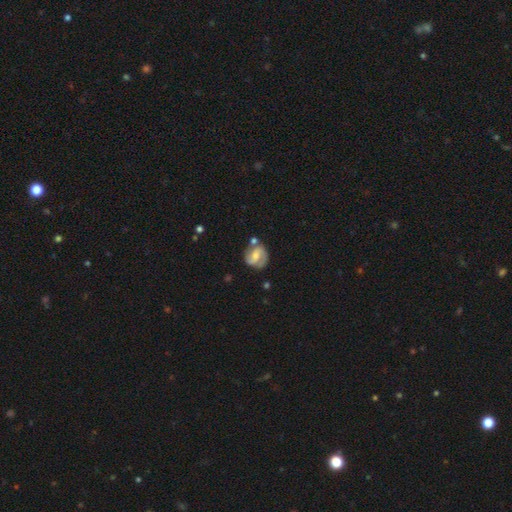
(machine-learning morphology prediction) Smooth or featured?
  - featured or disk: 67% *
  - smooth: 27%
  - star or artifact: 6%
Edge-on disk?
  - no: 97% *
  - yes: 3%
Bar?
  - weak: 49% *
  - no: 31%
  - strong: 20%
Spiral arms?
  - yes: 89% *
  - no: 11%
Spiral winding?
  - medium: 49% *
  - tight: 30%
  - loose: 21%
Spiral arm count?
  - 2: 84% *
  - can't tell: 8%
  - 1: 3%
  - 3: 2%
  - 4: 1%
  - more than 4: 1%
Bulge size?
  - moderate: 50% *
  - small: 35%
  - none: 7%
  - large: 6%
  - dominant: 1%
Merging?
  - none: 63% *
  - minor disturbance: 19%
  - merger: 12%
  - major disturbance: 6%